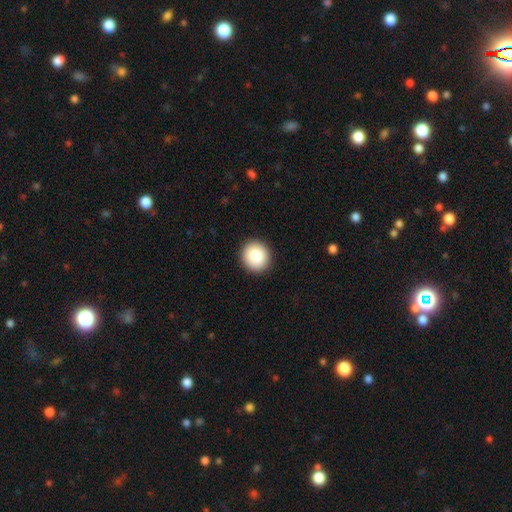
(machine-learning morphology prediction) smooth-or-featured: smooth: 85% | star or artifact: 8% | featured or disk: 7%
  how-rounded: round: 86% | in between: 13% | cigar-shaped: 1%
  merging: none: 92% | minor disturbance: 5% | major disturbance: 2% | merger: 1%